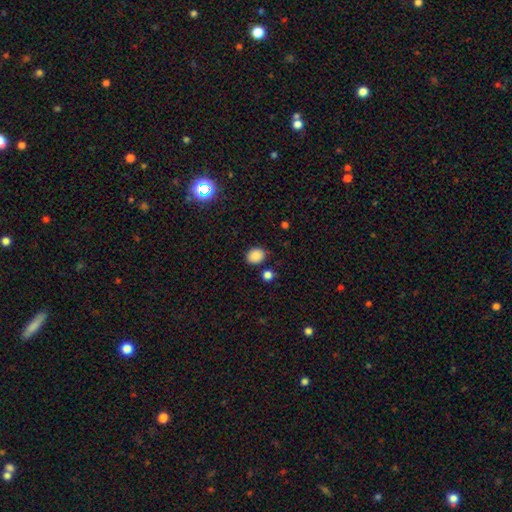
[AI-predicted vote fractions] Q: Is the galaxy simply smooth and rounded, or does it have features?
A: smooth — 86%.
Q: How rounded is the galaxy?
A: round — 60%.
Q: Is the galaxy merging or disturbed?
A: none — 81%.